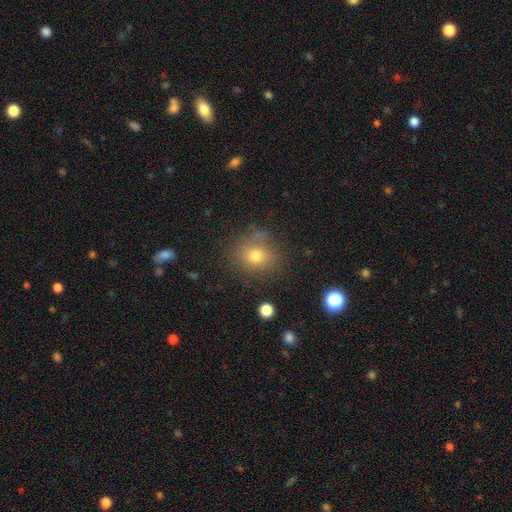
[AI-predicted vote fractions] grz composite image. It shows a smooth galaxy with no disk features (75%) that is round (81%). Merging: none (78%).